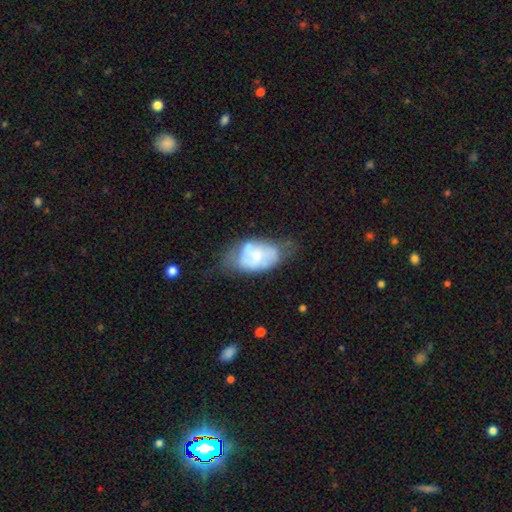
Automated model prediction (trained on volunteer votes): Q: Smooth or featured?
A: featured or disk (47%); runner-up: smooth (45%)
Q: Merging?
A: minor disturbance (35%); runner-up: none (34%)